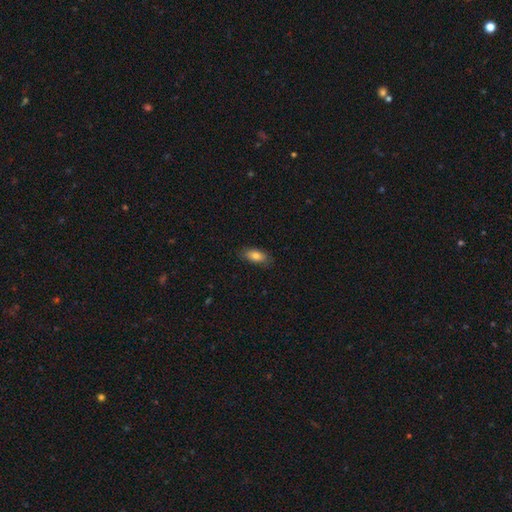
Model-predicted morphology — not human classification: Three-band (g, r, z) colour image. It shows a smooth galaxy with no disk features (81%) that is in between round and cigar-shaped (86%). Merging: none (81%).